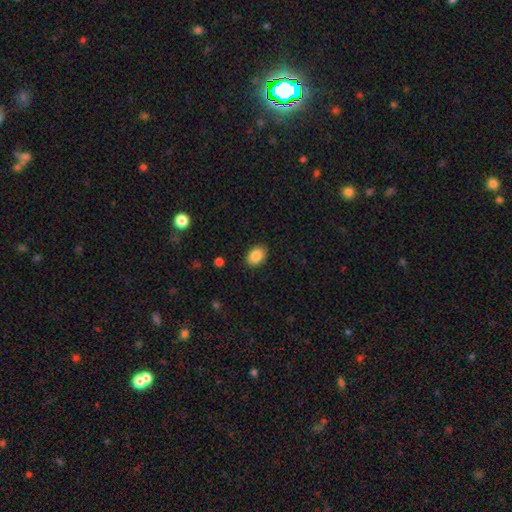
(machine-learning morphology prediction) type=smooth (88%); roundness=in between (77%); merging=none (89%).